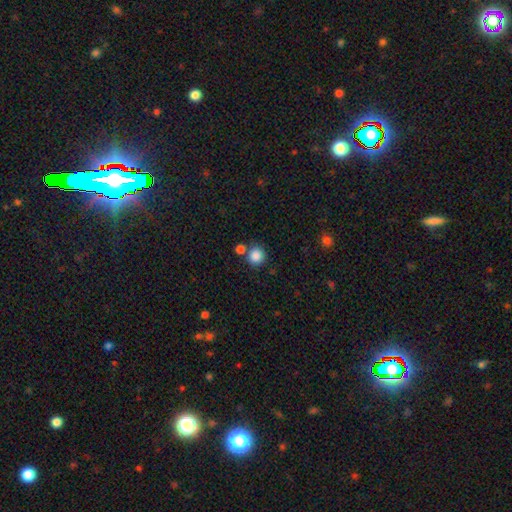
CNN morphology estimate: The model was most divided on "merging": none: 75%, merger: 14%, minor disturbance: 8%, major disturbance: 3%. More confident: how rounded — round (93%); smooth or featured — smooth (86%).